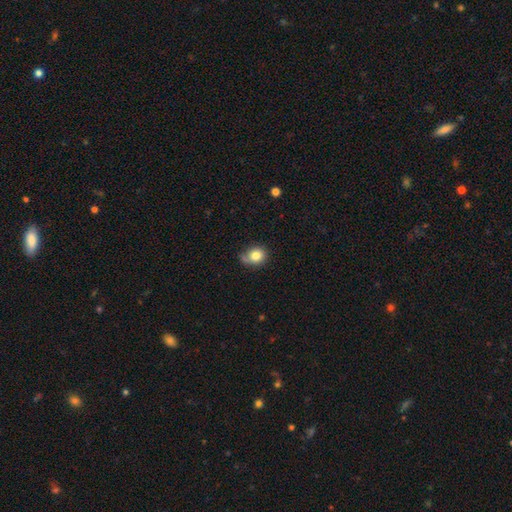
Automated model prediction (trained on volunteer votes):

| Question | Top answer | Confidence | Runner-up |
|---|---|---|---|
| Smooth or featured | smooth | 80% | featured or disk (10%) |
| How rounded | round | 75% | in between (24%) |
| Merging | none | 55% | minor disturbance (27%) |